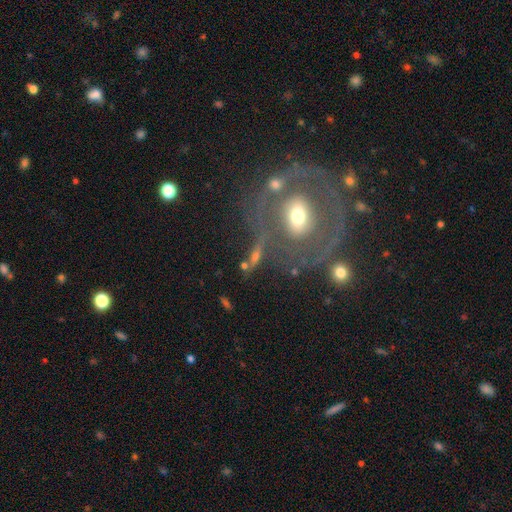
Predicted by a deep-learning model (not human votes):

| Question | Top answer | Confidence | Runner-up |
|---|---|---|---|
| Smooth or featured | featured or disk | 56% | smooth (32%) |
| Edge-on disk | no | 79% | yes (21%) |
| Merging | none | 64% | minor disturbance (15%) |